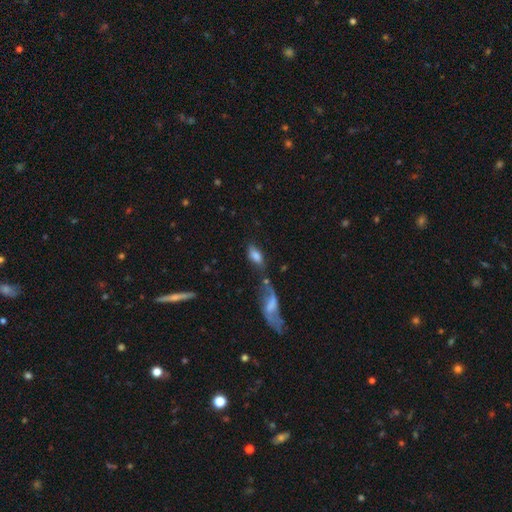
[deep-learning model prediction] smooth 74%, featured or disk 18%, star or artifact 8%. Down the decision tree: how rounded — in between (86%); merging — none (38%).